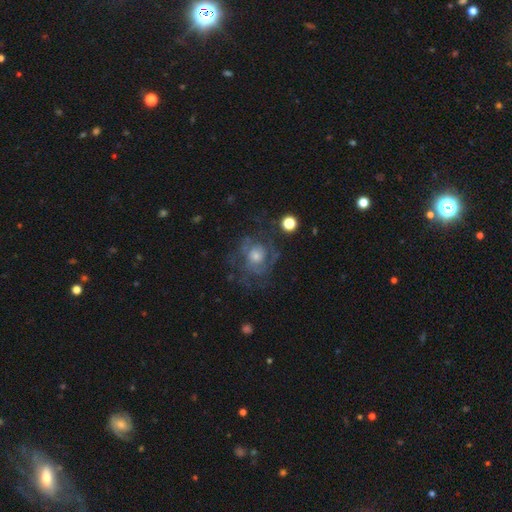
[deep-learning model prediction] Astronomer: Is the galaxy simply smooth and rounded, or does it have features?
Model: featured or disk — 65%.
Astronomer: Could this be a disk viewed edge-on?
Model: no — 97%.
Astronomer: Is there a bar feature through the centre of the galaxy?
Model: no — 81%.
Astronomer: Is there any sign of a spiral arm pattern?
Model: yes — 66%.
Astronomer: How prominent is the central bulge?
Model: moderate — 55%.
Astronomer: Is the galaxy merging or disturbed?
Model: none — 62%.